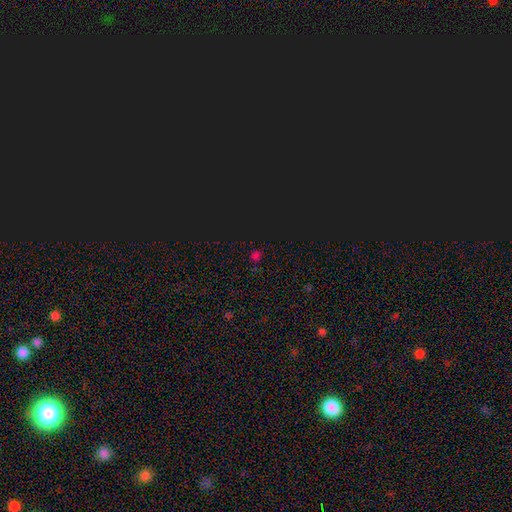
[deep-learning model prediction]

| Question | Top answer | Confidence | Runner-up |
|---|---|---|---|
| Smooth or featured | star or artifact | 55% | smooth (40%) |